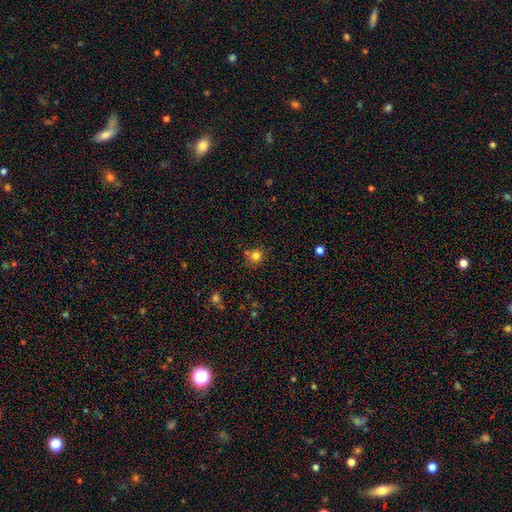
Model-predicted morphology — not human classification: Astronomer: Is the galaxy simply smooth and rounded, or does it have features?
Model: smooth — 79%.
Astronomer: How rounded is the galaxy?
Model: round — 84%.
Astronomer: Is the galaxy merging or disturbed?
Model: none — 65%.